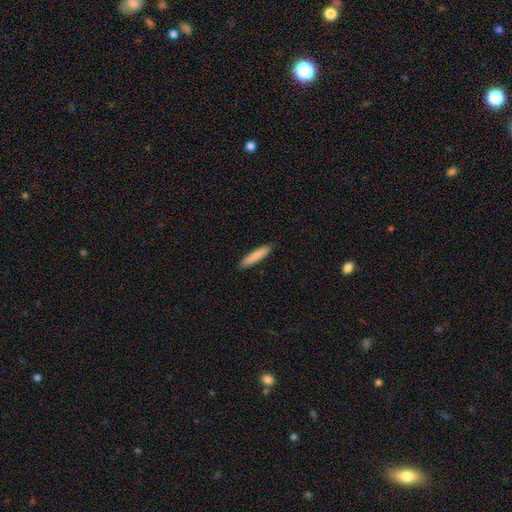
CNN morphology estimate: A smooth galaxy with no disk features (85%) that is cigar-shaped (88%).

Vote fractions:
- Smooth or featured? smooth: 85% / featured or disk: 10% / star or artifact: 6%
- How rounded? cigar-shaped: 88% / in between: 11% / round: 1%
- Merging? none: 89% / minor disturbance: 8% / major disturbance: 2% / merger: 1%